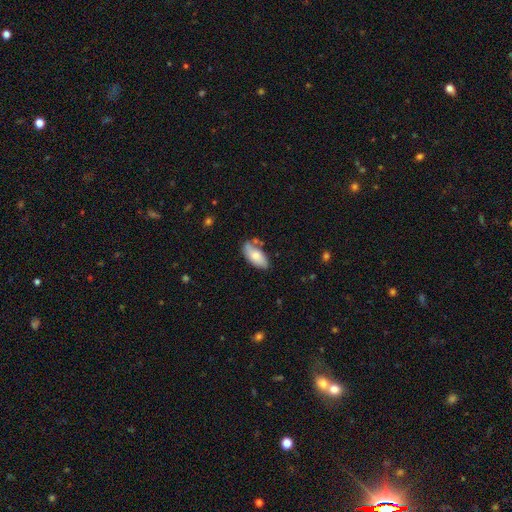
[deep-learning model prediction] smooth 76%, featured or disk 18%, star or artifact 6%. Down the decision tree: how rounded — in between (90%); merging — none (60%).